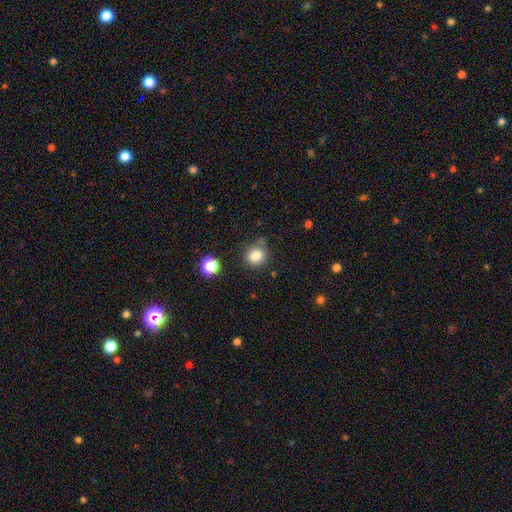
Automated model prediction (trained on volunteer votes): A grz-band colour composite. It shows a smooth galaxy with no disk features (84%) that is round (82%). Merging: none (77%).